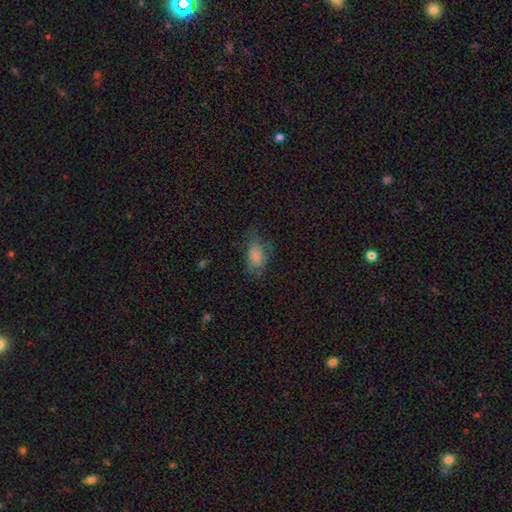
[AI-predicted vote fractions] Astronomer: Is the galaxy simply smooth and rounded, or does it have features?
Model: smooth — 67%.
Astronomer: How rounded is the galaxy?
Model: in between — 86%.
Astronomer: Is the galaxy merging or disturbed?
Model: none — 65%.